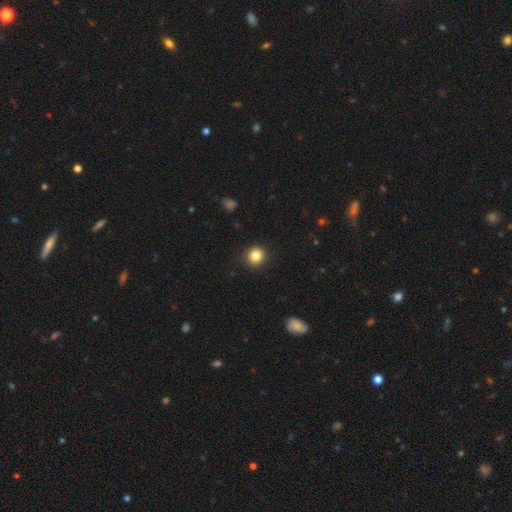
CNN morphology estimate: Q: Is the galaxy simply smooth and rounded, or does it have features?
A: smooth — 84%.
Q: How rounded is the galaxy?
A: round — 91%.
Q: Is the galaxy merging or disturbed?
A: none — 91%.